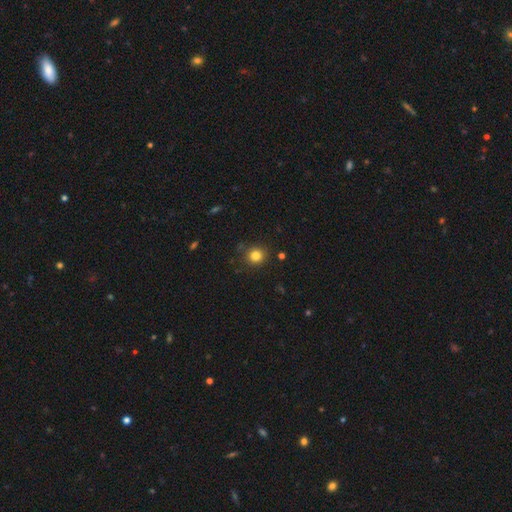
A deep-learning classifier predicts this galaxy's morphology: Smooth or featured? smooth (81%)
How rounded? round (90%)
Merging? none (85%)